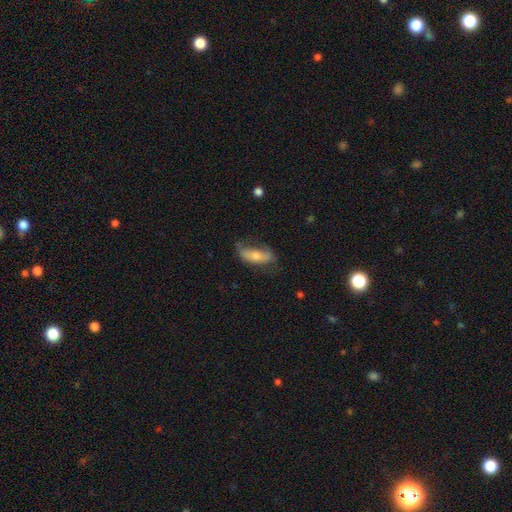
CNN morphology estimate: Q: Smooth or featured?
A: smooth (51%); runner-up: featured or disk (40%)
Q: How rounded?
A: in between (65%); runner-up: cigar-shaped (32%)
Q: Merging?
A: none (53%); runner-up: minor disturbance (29%)